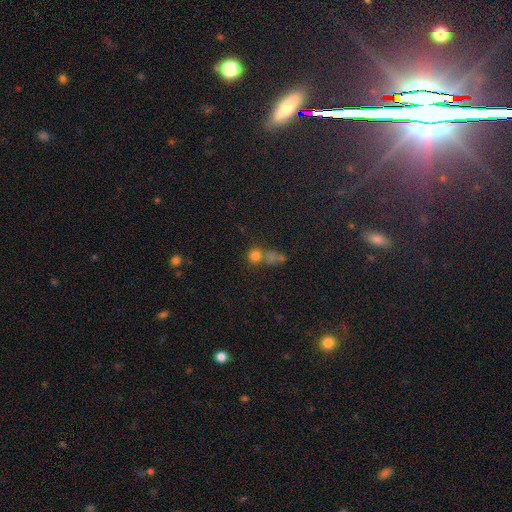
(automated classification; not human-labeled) The model was most divided on "merging": none: 51%, merger: 36%, minor disturbance: 8%, major disturbance: 5%. More confident: how rounded — round (87%); smooth or featured — smooth (72%).